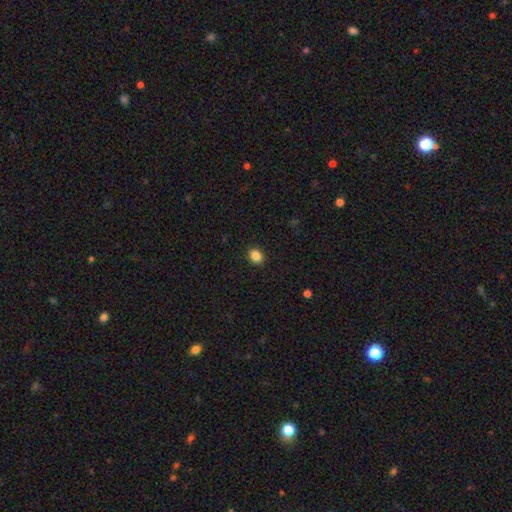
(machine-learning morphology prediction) smooth_or_featured: smooth (p=0.86) [alt: star or artifact p=0.10]
how_rounded: in between (p=0.51) [alt: round p=0.48]
merging: none (p=0.90) [alt: minor disturbance p=0.07]